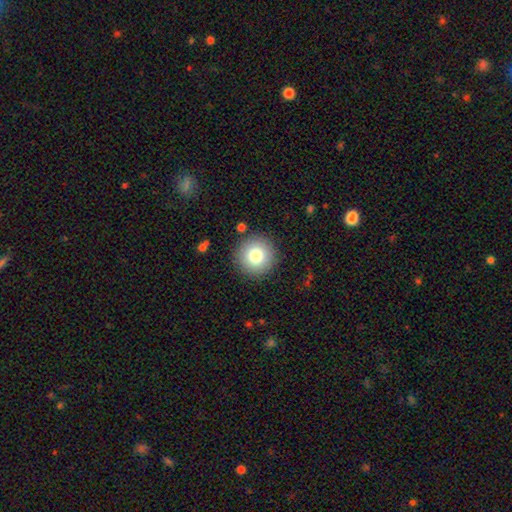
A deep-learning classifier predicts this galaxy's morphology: Smooth or featured: smooth — 80% (star or artifact — 10%)
How rounded: round — 96% (in between — 3%)
Merging: none — 89% (minor disturbance — 6%)